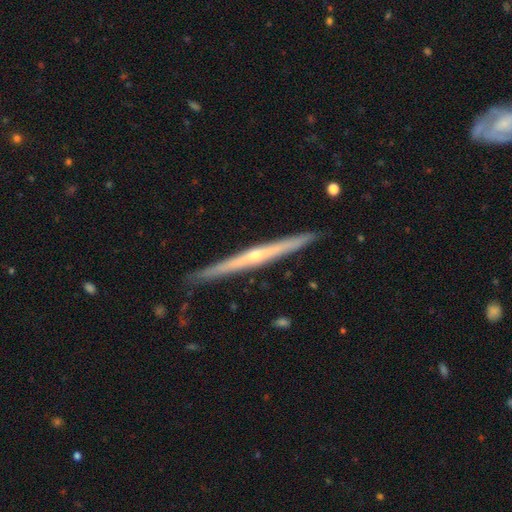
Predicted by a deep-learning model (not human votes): Overall: featured or disk (78%). Edge-on disk: yes (98%). Edge-on bulge: rounded (68%; none 29%). Merging: none (87%).